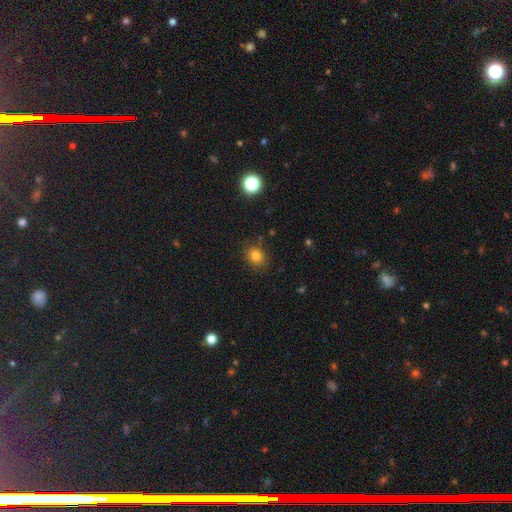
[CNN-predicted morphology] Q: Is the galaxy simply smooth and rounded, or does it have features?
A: smooth — 80%.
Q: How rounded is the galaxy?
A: round — 59%.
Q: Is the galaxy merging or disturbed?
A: none — 84%.